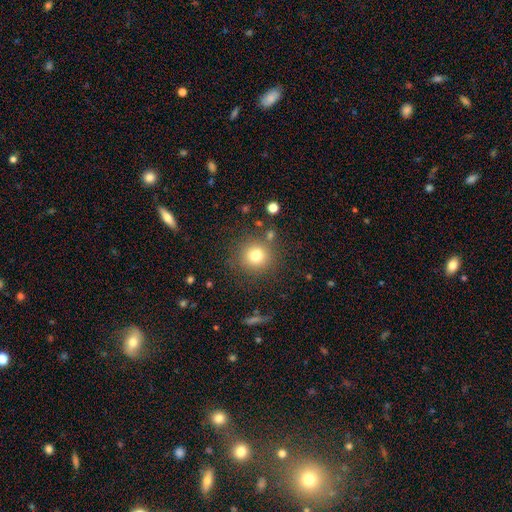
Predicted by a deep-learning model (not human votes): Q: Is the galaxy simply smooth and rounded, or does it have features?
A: smooth — 77%.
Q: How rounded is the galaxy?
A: round — 91%.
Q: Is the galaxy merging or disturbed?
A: none — 80%.